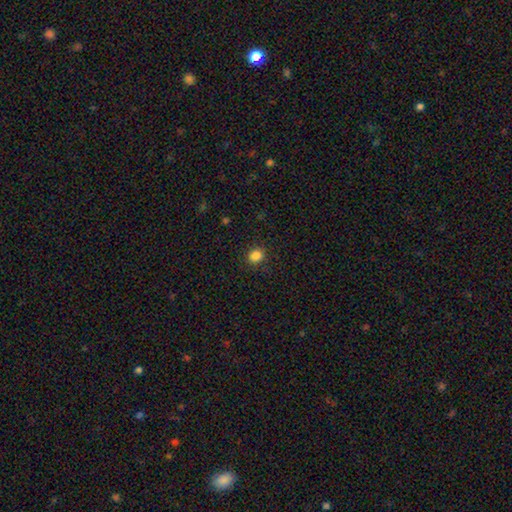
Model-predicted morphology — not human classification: smooth_or_featured: smooth (p=0.85) [alt: star or artifact p=0.12]
how_rounded: round (p=0.82) [alt: in between p=0.17]
merging: none (p=0.90) [alt: minor disturbance p=0.07]